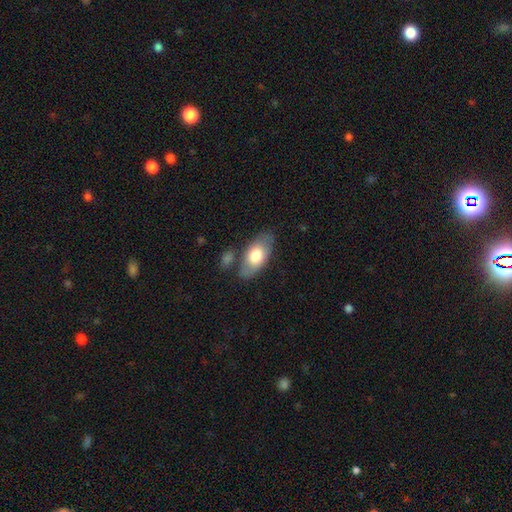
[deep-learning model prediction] A smooth galaxy with no disk features (69%) that is in between round and cigar-shaped (91%).

Vote fractions:
- Smooth or featured? smooth: 69% / featured or disk: 25% / star or artifact: 5%
- How rounded? in between: 91% / cigar-shaped: 5% / round: 4%
- Merging? none: 72% / minor disturbance: 16% / merger: 7% / major disturbance: 4%